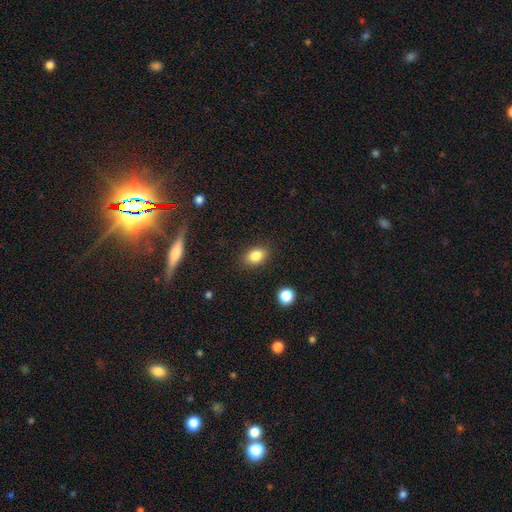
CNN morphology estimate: Smooth or featured? Predicted: smooth (p=0.84). How rounded? Predicted: in between (p=0.80). Merging? Predicted: none (p=0.86).